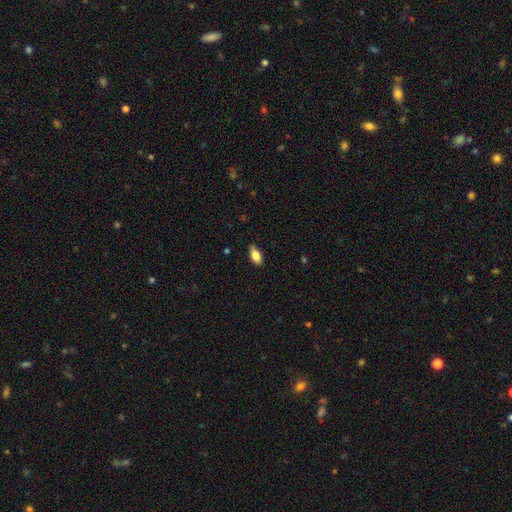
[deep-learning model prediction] A smooth galaxy with no disk features (82%) that is in between round and cigar-shaped (89%).

Vote fractions:
- Smooth or featured? smooth: 82% / featured or disk: 11% / star or artifact: 7%
- How rounded? in between: 89% / cigar-shaped: 7% / round: 4%
- Merging? none: 81% / minor disturbance: 16% / major disturbance: 2% / merger: 1%